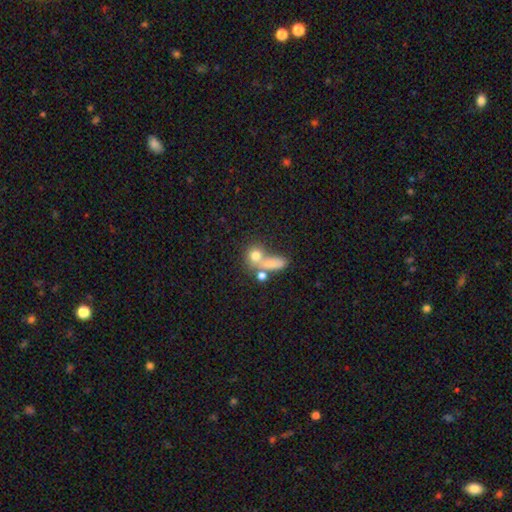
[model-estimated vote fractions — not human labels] Smooth or featured: smooth — 52% (star or artifact — 24%)
How rounded: round — 60% (in between — 32%)
Merging: merger — 47% (none — 39%)